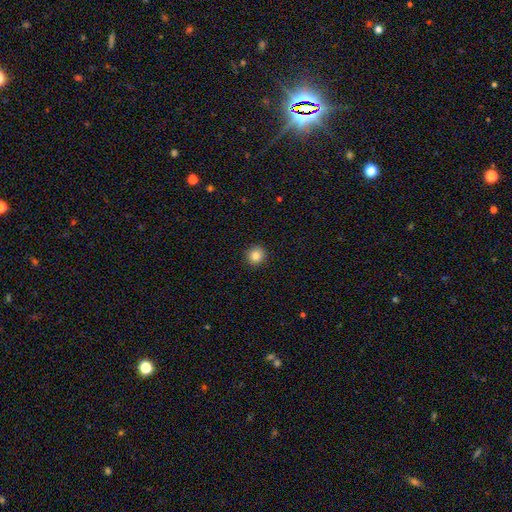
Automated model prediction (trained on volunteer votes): Overall: smooth (84%). How rounded: round (93%). Merging: none (92%).